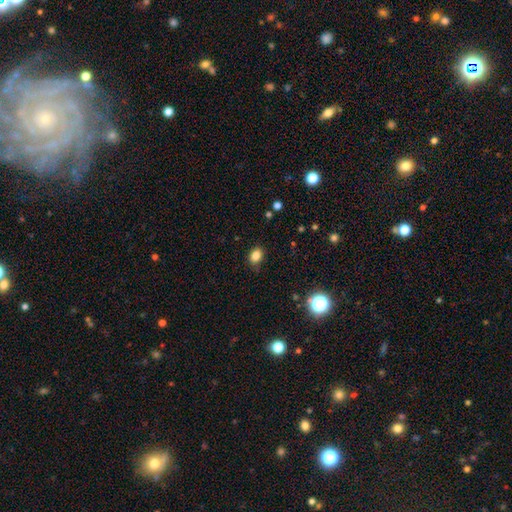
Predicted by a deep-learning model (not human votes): A smooth galaxy with no disk features (83%) that is in between round and cigar-shaped (65%). Merging: none (81%).